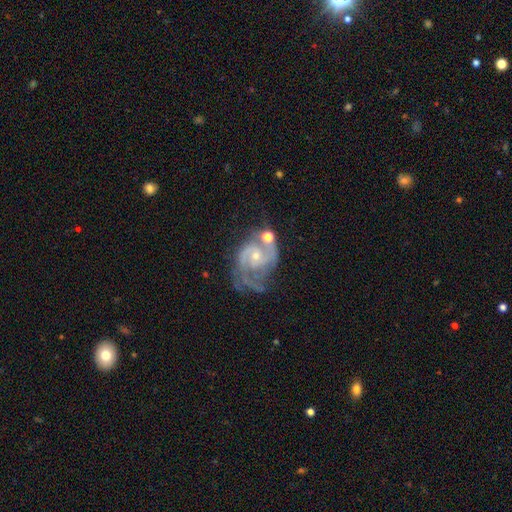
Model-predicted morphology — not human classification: Q: Smooth or featured?
A: featured or disk (87%); runner-up: star or artifact (6%)
Q: Edge-on disk?
A: no (98%); runner-up: yes (2%)
Q: Bar?
A: no (62%); runner-up: weak (31%)
Q: Spiral arms?
A: yes (95%); runner-up: no (5%)
Q: Spiral winding?
A: medium (48%); runner-up: tight (37%)
Q: Spiral arm count?
A: 2 (63%); runner-up: can't tell (14%)
Q: Bulge size?
A: small (65%); runner-up: moderate (31%)
Q: Merging?
A: none (42%); runner-up: minor disturbance (22%)